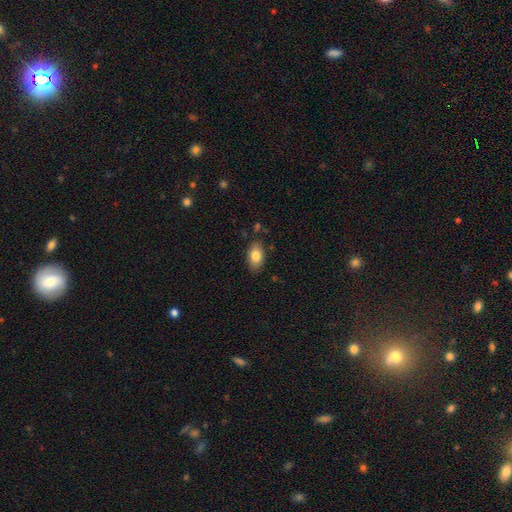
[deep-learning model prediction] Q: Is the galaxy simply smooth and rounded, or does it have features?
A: smooth — 83%.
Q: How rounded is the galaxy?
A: in between — 90%.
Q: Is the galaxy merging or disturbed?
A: none — 83%.